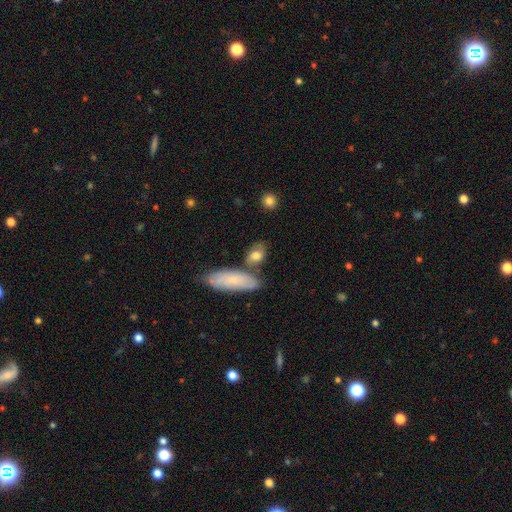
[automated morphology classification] A smooth galaxy with no disk features (66%) that is in between round and cigar-shaped (68%). Merging: none (53%).